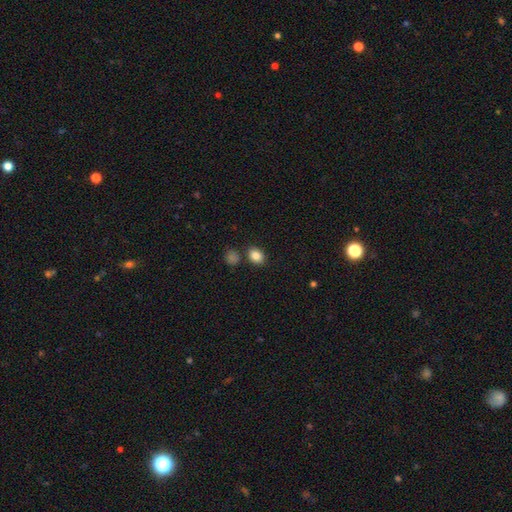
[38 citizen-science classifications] smooth-or-featured: smooth: 95% | featured or disk: 3% | star or artifact: 3%
  how-rounded: round: 56% | in between: 44% | cigar-shaped: 0%
  merging: none: 76% | minor disturbance: 14% | merger: 8% | major disturbance: 3%